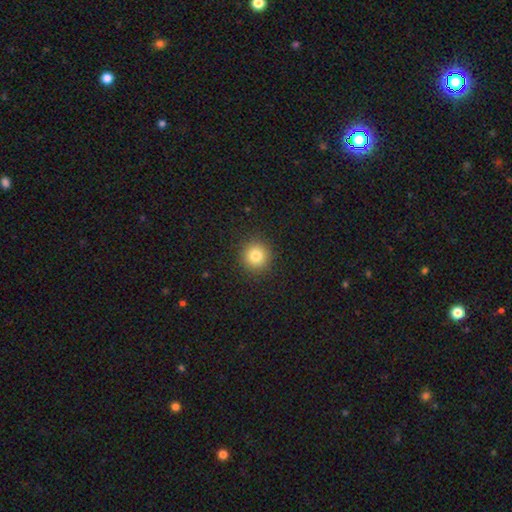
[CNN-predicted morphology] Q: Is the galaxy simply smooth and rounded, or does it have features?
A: smooth — 82%.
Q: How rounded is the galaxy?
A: round — 94%.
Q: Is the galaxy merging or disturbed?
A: none — 92%.